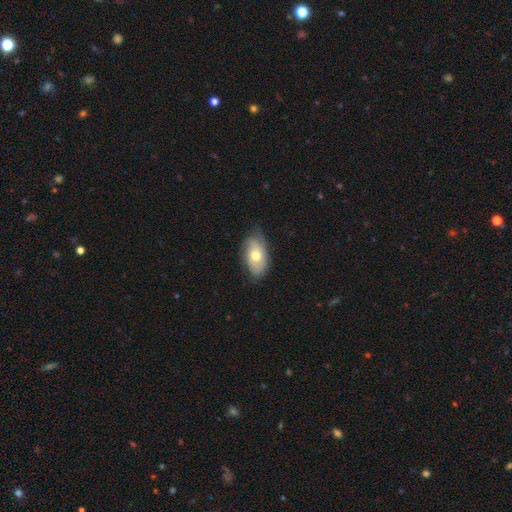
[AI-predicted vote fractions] smooth_or_featured: smooth (p=0.58) [alt: featured or disk p=0.35]
how_rounded: in between (p=0.91) [alt: round p=0.06]
merging: none (p=0.67) [alt: minor disturbance p=0.26]